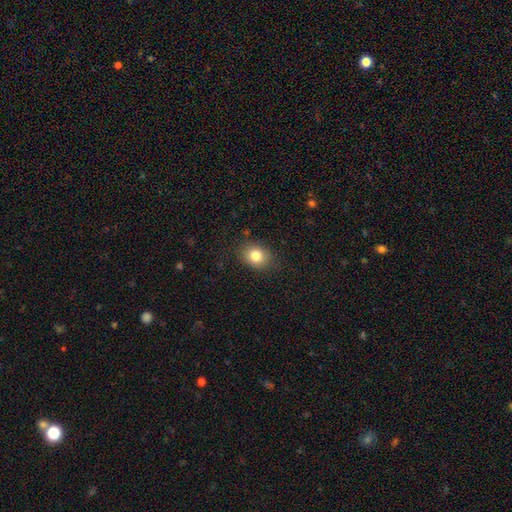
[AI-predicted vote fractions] smooth-or-featured: smooth: 82% | star or artifact: 10% | featured or disk: 8%
  how-rounded: round: 56% | in between: 43% | cigar-shaped: 1%
  merging: none: 86% | minor disturbance: 10% | major disturbance: 3% | merger: 1%